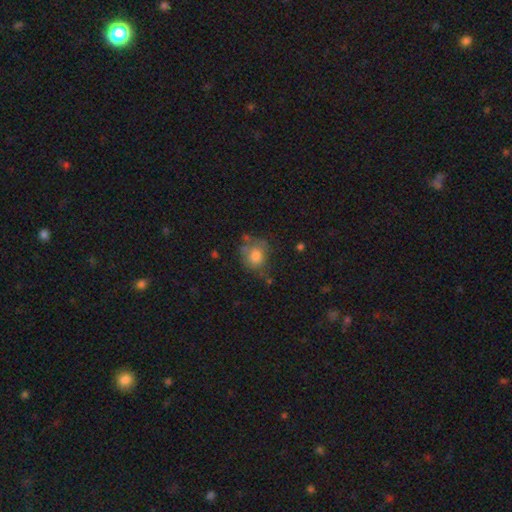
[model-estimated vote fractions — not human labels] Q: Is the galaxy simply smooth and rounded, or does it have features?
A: smooth — 75%.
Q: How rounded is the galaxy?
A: round — 61%.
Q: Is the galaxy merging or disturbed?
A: none — 50%.